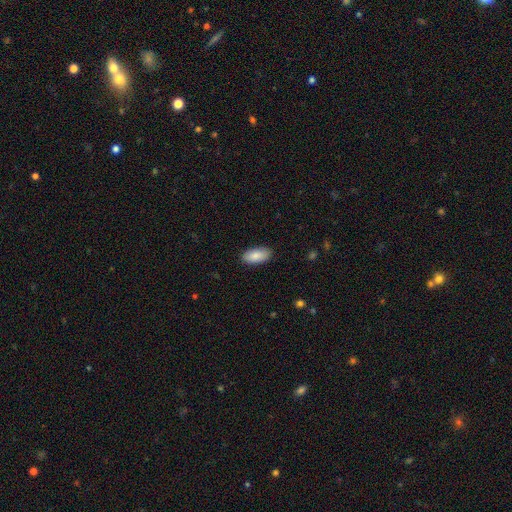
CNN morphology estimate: Smooth or featured? smooth (87%)
How rounded? in between (93%)
Merging? none (88%)